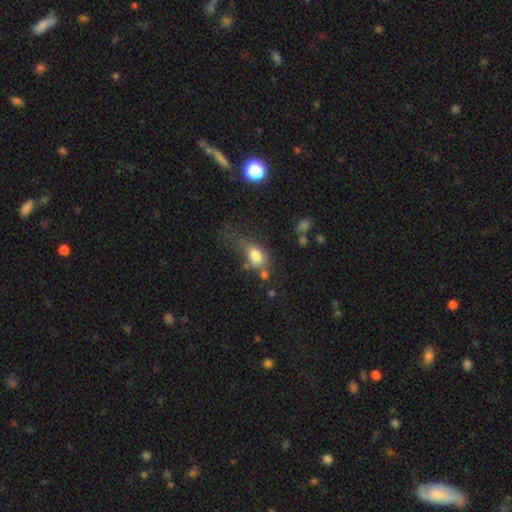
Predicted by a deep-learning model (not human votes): Morphology: type=smooth (77%); roundness=in between (78%); merging=none (31%).